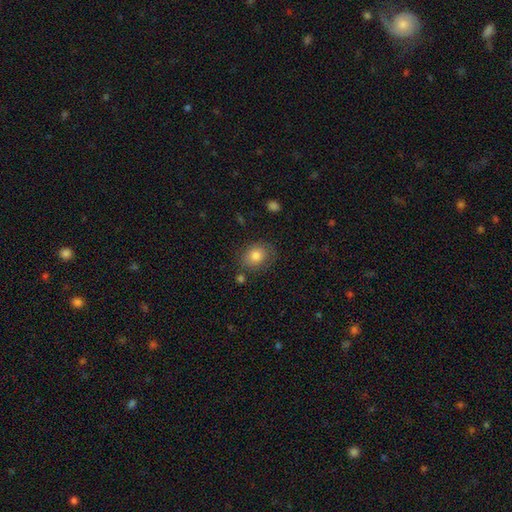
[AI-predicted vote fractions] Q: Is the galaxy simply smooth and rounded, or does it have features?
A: smooth — 80%.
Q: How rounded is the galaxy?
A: round — 54%.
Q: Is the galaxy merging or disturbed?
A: none — 71%.